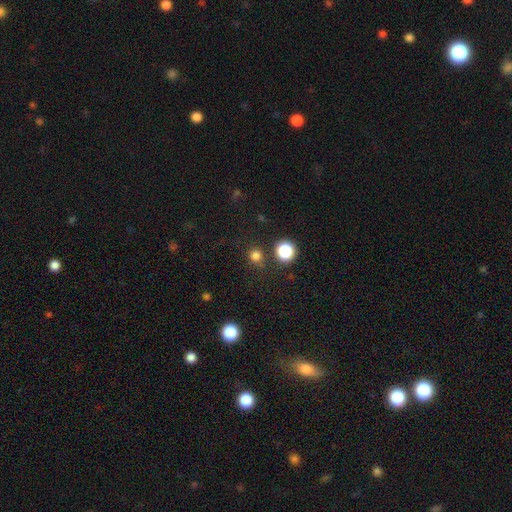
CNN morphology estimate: The model was most divided on "smooth or featured": smooth: 75%, star or artifact: 21%, featured or disk: 4%. More confident: how rounded — round (92%); merging — none (83%).